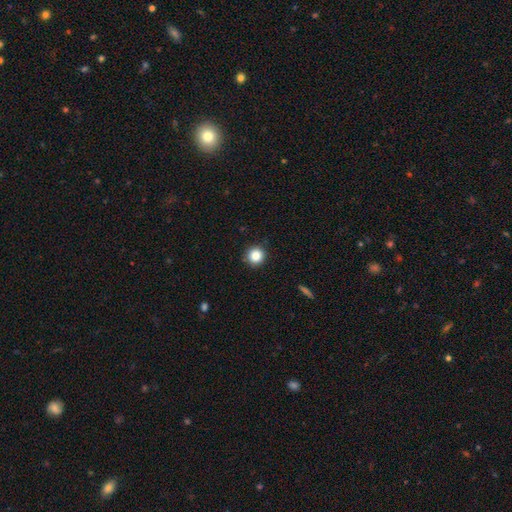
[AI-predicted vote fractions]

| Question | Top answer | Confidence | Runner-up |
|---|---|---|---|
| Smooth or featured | smooth | 85% | star or artifact (11%) |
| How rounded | round | 94% | in between (5%) |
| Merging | none | 91% | minor disturbance (7%) |